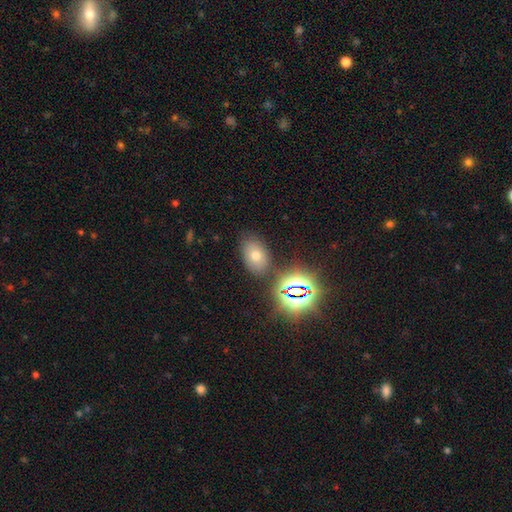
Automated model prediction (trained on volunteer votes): Smooth or featured? smooth (58%)
How rounded? in between (83%)
Merging? none (79%)